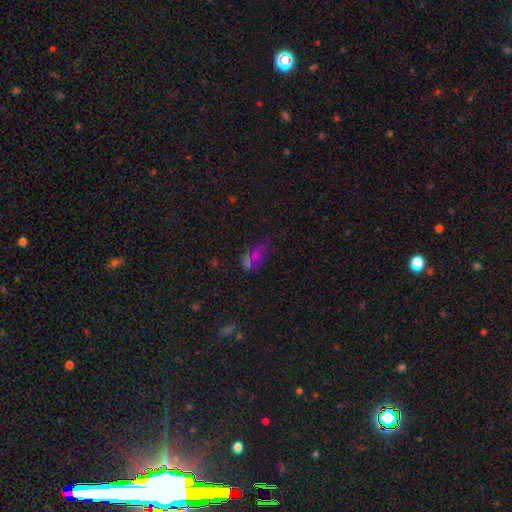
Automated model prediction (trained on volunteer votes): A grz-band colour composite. It shows a smooth galaxy with no disk features (45%). Merging: none (36%).